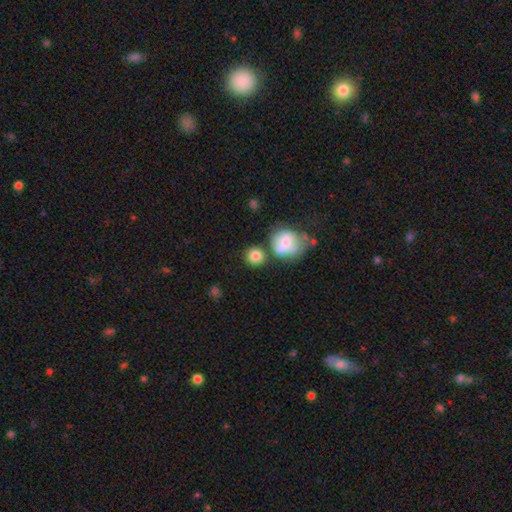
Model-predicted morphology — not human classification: smooth_or_featured: smooth (p=0.82) [alt: featured or disk p=0.09]
how_rounded: round (p=0.85) [alt: in between p=0.14]
merging: none (p=0.64) [alt: merger p=0.19]